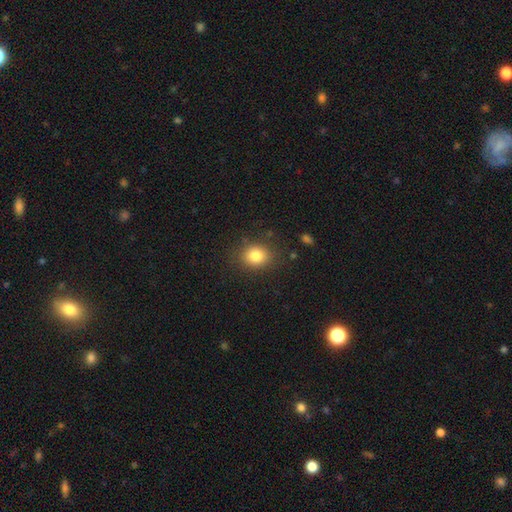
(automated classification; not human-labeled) This appears to be a smooth galaxy with no disk features (81%) that is round (64%). Merging: none (85%).